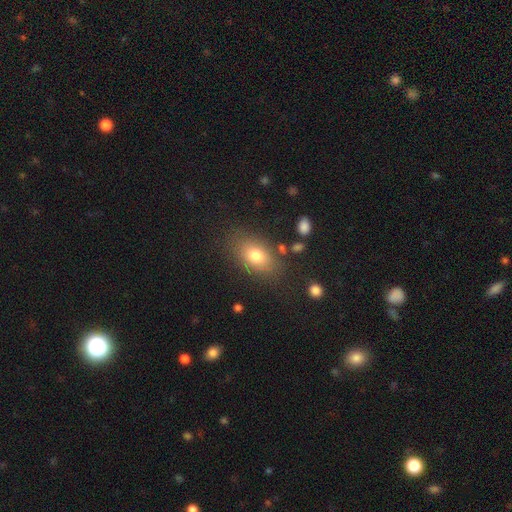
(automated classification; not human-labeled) smooth 76%, featured or disk 14%, star or artifact 10%. Down the decision tree: how rounded — in between (82%); merging — none (78%).